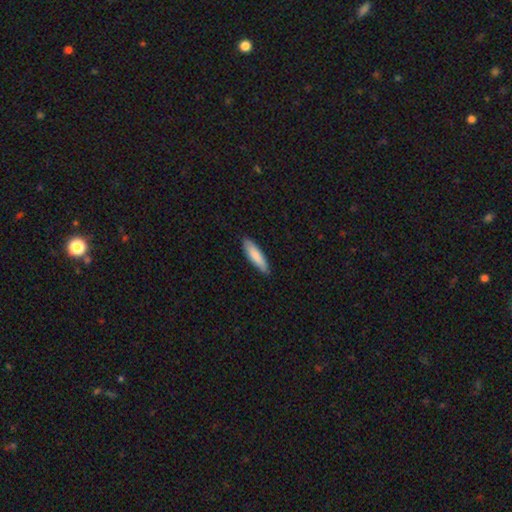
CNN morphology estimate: smooth 83%, featured or disk 12%, star or artifact 5%. Down the decision tree: how rounded — cigar-shaped (66%); merging — none (86%).